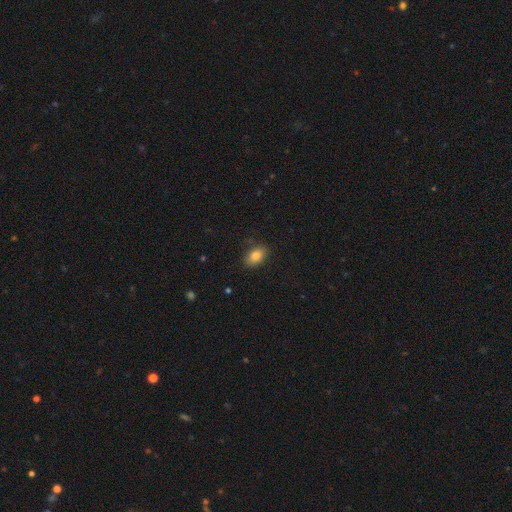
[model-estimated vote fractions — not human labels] smooth-or-featured: smooth: 82% | star or artifact: 9% | featured or disk: 9%
  how-rounded: in between: 85% | round: 13% | cigar-shaped: 2%
  merging: none: 85% | minor disturbance: 11% | major disturbance: 3% | merger: 1%